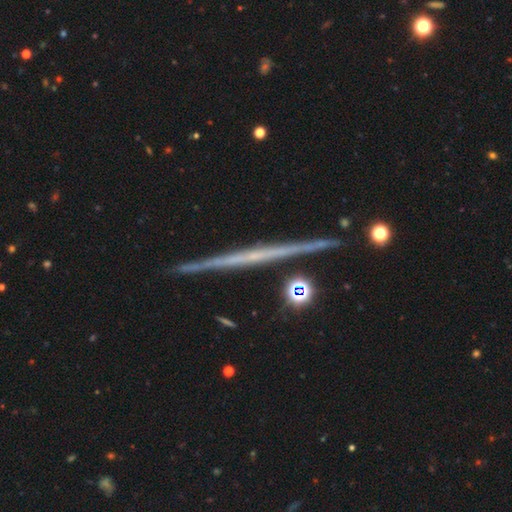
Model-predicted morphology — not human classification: Smooth or featured? Predicted: featured or disk (p=0.74). Edge-on disk? Predicted: yes (p=0.98). Edge-on bulge? Predicted: none (p=0.81). Merging? Predicted: none (p=0.90).